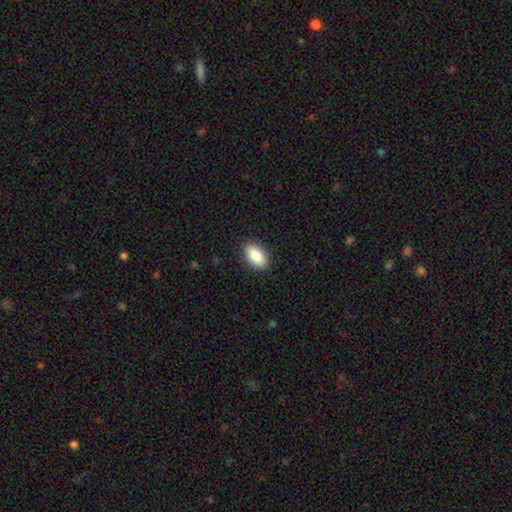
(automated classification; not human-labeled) smooth_or_featured: smooth (p=0.87) [alt: star or artifact p=0.06]
how_rounded: in between (p=0.93) [alt: round p=0.04]
merging: none (p=0.89) [alt: minor disturbance p=0.08]